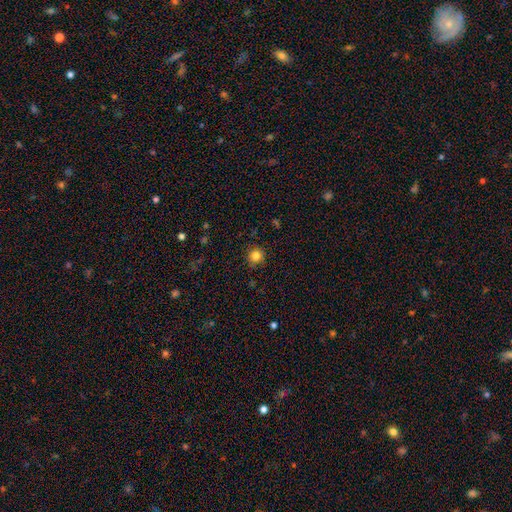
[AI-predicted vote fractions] Smooth or featured: smooth — 82% (star or artifact — 12%)
How rounded: round — 91% (in between — 8%)
Merging: none — 87% (minor disturbance — 9%)